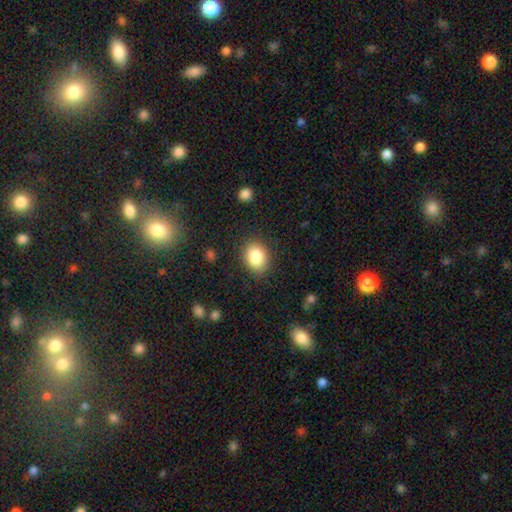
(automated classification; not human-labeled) The model was most divided on "how rounded": in between: 60%, round: 39%, cigar-shaped: 1%. More confident: smooth or featured — smooth (86%); merging — none (85%).